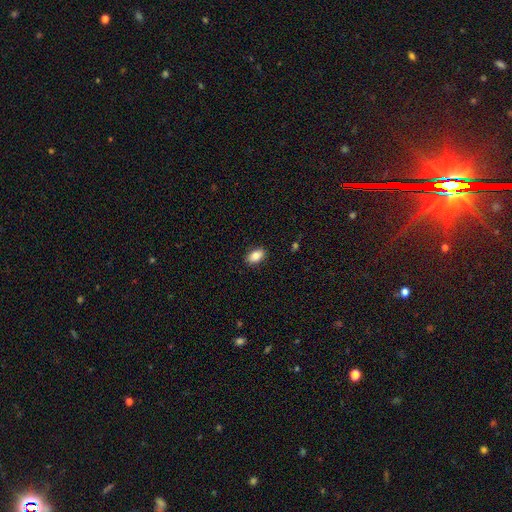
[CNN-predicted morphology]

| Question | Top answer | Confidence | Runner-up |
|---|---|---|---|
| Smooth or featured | smooth | 84% | featured or disk (8%) |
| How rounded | in between | 89% | round (9%) |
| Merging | none | 88% | minor disturbance (9%) |